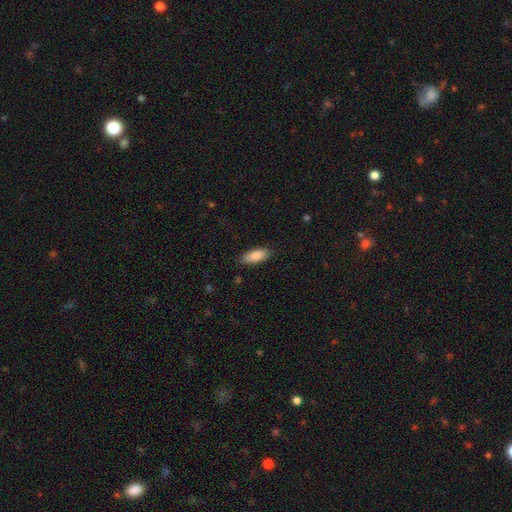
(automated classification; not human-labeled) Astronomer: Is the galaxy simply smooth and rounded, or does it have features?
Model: smooth — 86%.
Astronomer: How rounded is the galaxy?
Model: in between — 75%.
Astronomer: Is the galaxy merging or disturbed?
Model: none — 86%.